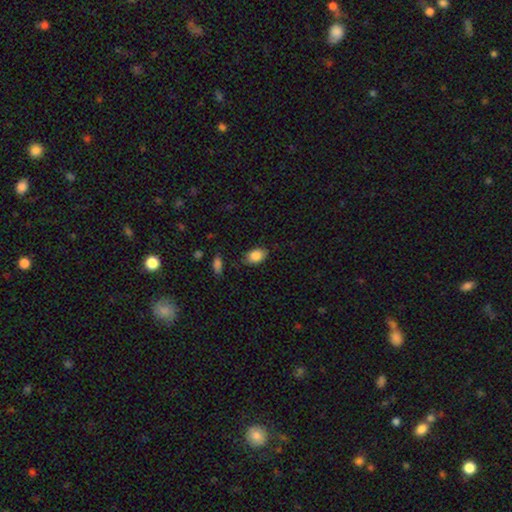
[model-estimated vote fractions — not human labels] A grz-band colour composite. It shows a smooth galaxy with no disk features (86%) that is in between round and cigar-shaped (86%). Merging: none (77%).